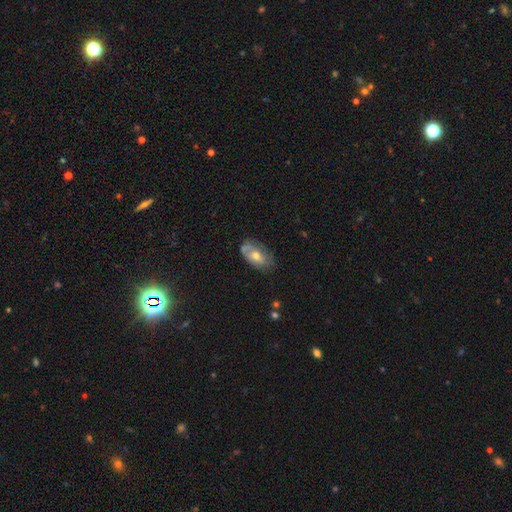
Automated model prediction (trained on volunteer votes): Overall: smooth (53%; featured or disk 39%). How rounded: in between (91%). Merging: none (61%; minor disturbance 28%).